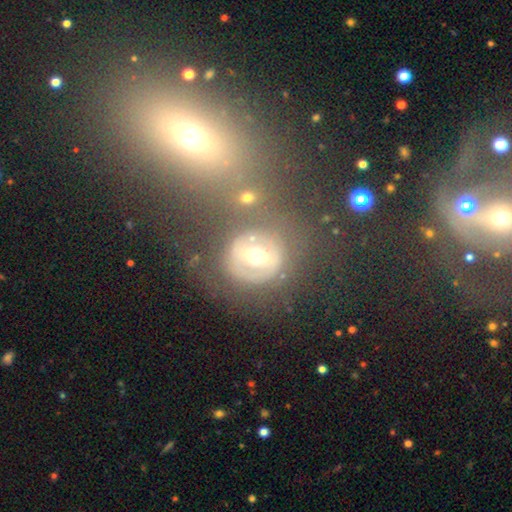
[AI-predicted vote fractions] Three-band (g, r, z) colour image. It shows a featured or disk galaxy (51%). Merging: none (64%).